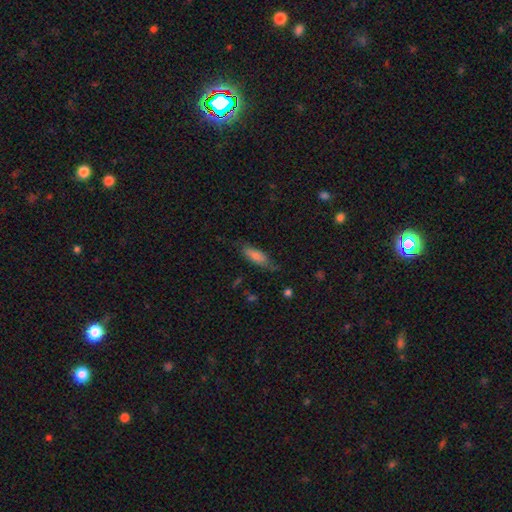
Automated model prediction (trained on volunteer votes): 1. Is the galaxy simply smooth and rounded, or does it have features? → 73% smooth, 19% featured or disk, 8% star or artifact.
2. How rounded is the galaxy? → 56% in between, 42% cigar-shaped, 2% round.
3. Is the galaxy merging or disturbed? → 67% none, 24% minor disturbance, 7% major disturbance, 2% merger.